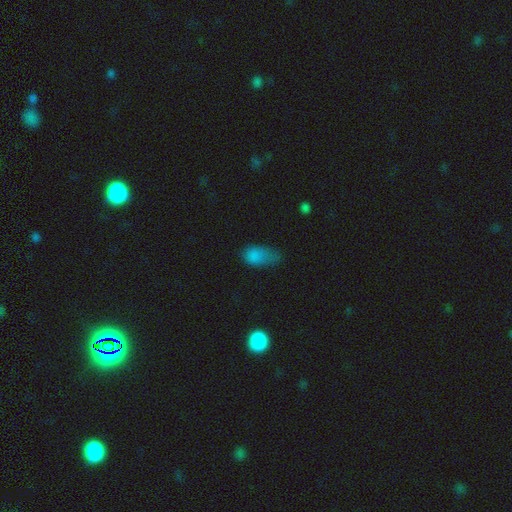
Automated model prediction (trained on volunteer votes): Smooth or featured? Predicted: smooth (p=0.80). How rounded? Predicted: in between (p=0.88). Merging? Predicted: minor disturbance (p=0.41).